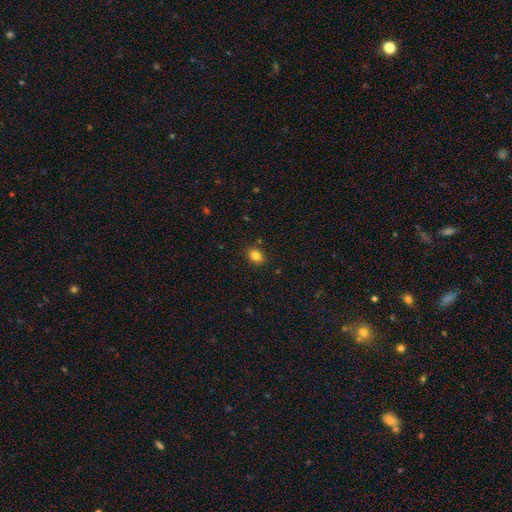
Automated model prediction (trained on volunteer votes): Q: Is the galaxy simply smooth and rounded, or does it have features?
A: smooth — 83%.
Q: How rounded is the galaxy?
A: in between — 58%.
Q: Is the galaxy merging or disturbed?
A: none — 87%.